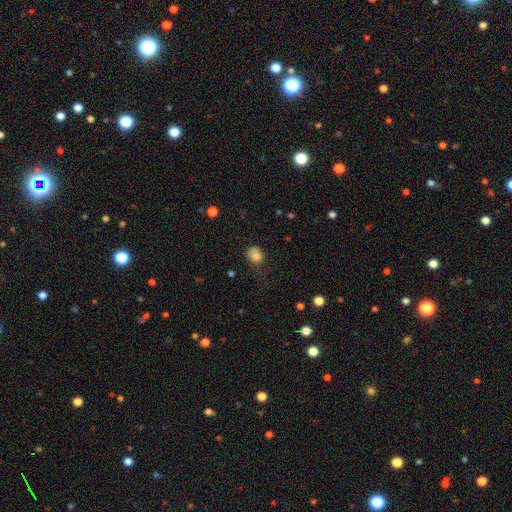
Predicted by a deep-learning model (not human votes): This is likely a smooth galaxy (80%). How rounded: possibly round (54%). Merging: marginally none (43%).